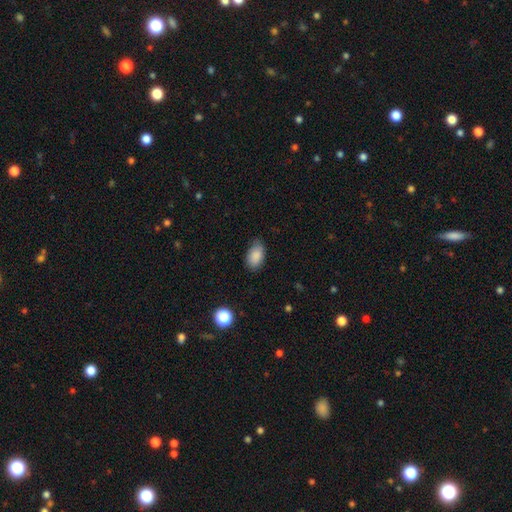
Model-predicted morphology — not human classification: Q: Smooth or featured?
A: smooth (87%); runner-up: star or artifact (7%)
Q: How rounded?
A: in between (91%); runner-up: round (7%)
Q: Merging?
A: none (73%); runner-up: minor disturbance (21%)